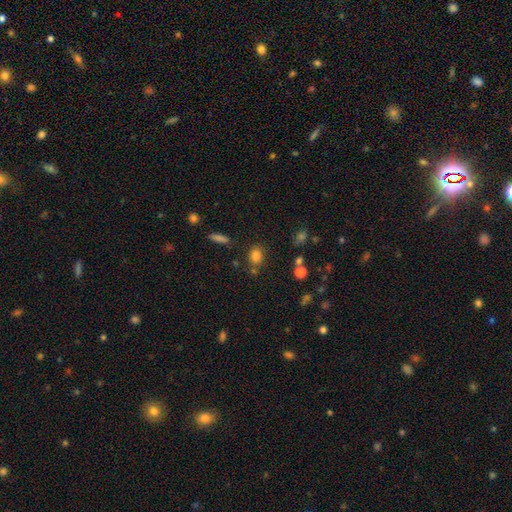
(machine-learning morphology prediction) Smooth or featured: smooth — 80% (star or artifact — 13%)
How rounded: in between — 54% (round — 44%)
Merging: none — 72% (minor disturbance — 14%)